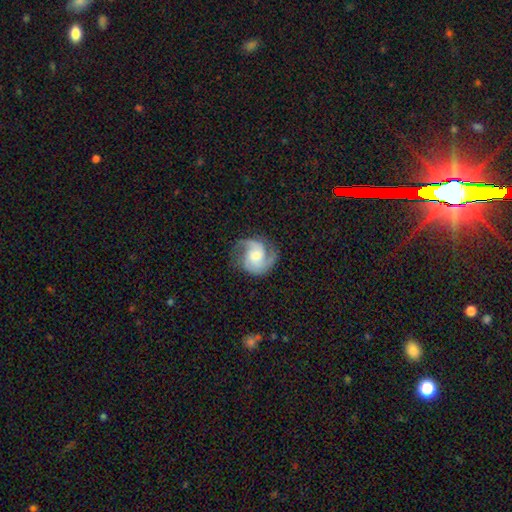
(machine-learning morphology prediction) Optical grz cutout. It shows a featured or disk galaxy (88%) with no bar (60%), 2 (51%) medium (54%) spiral arms (98%) and a moderate central bulge (50%). Merging: none (75%).